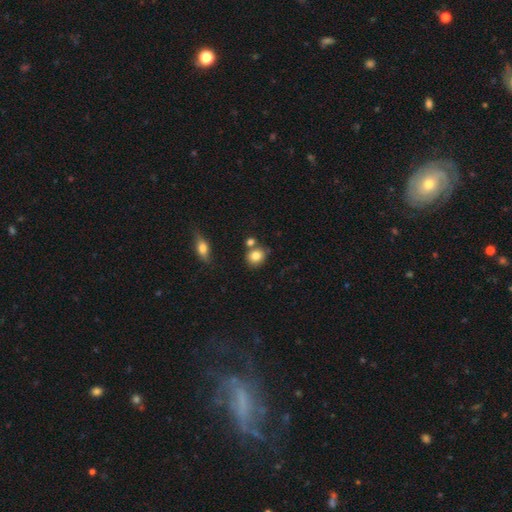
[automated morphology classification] smooth_or_featured: smooth (p=0.81) [alt: star or artifact p=0.10]
how_rounded: round (p=0.72) [alt: in between p=0.26]
merging: none (p=0.67) [alt: merger p=0.18]